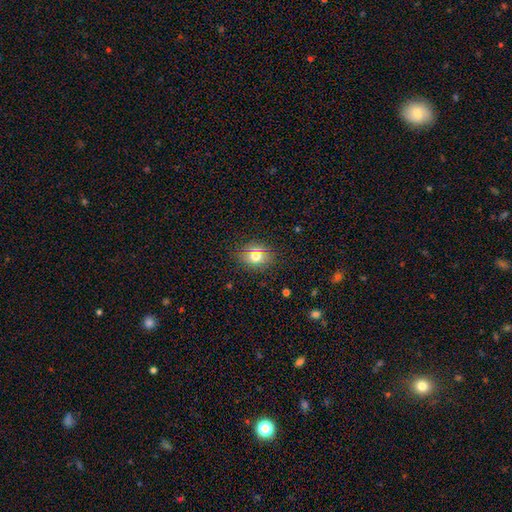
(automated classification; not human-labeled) Smooth or featured? Predicted: smooth (p=0.73). How rounded? Predicted: round (p=0.63). Merging? Predicted: none (p=0.84).